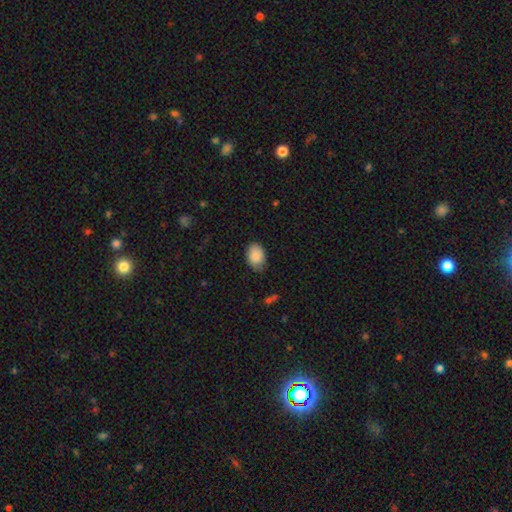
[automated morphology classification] This is clearly a smooth galaxy (87%). How rounded: clearly in between (80%). Merging: likely none (69%).